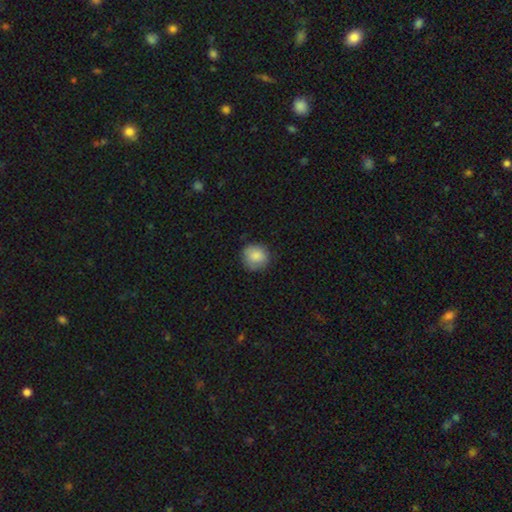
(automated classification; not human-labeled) Smooth or featured? Predicted: smooth (p=0.85). How rounded? Predicted: round (p=0.91). Merging? Predicted: none (p=0.83).